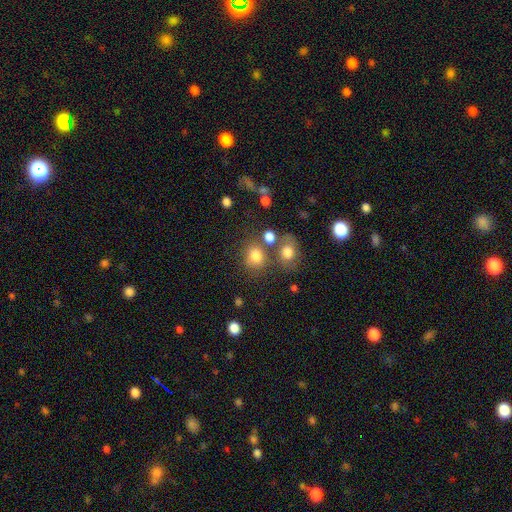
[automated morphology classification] This is likely a smooth galaxy (78%). How rounded: likely round (74%). Merging: likely none (61%).